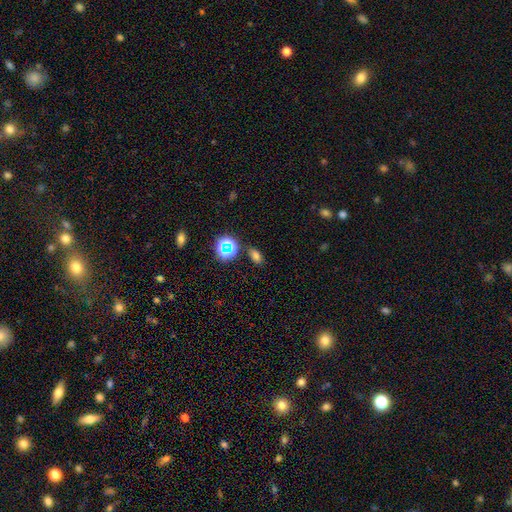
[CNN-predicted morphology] A smooth galaxy with no disk features (69%) that is in between round and cigar-shaped (82%).

Vote fractions:
- Smooth or featured? smooth: 69% / star or artifact: 24% / featured or disk: 7%
- How rounded? in between: 82% / round: 16% / cigar-shaped: 2%
- Merging? none: 81% / minor disturbance: 12% / merger: 4% / major disturbance: 3%